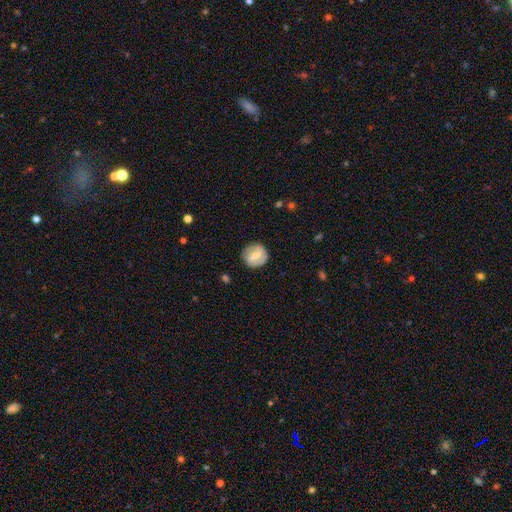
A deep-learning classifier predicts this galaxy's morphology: Smooth or featured? Predicted: featured or disk (p=0.63). Edge-on disk? Predicted: no (p=0.95). Bar? Predicted: strong (p=0.54). Spiral arms? Predicted: yes (p=0.67). Bulge size? Predicted: moderate (p=0.49). Merging? Predicted: none (p=0.83).